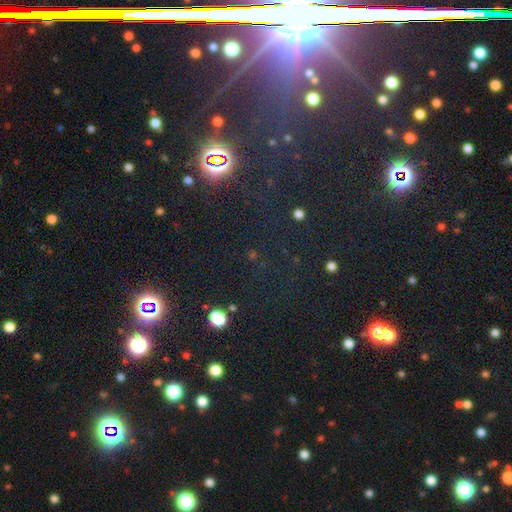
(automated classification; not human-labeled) smooth-or-featured: star or artifact: 75% | smooth: 16% | featured or disk: 9%